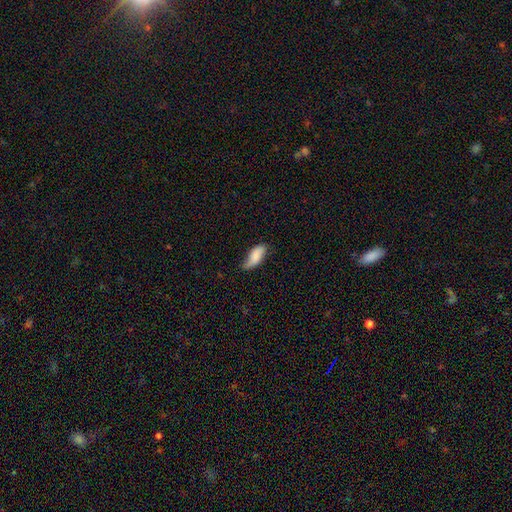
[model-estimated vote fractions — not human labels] Overall: smooth (78%). How rounded: in between (84%). Merging: none (51%; minor disturbance 39%).